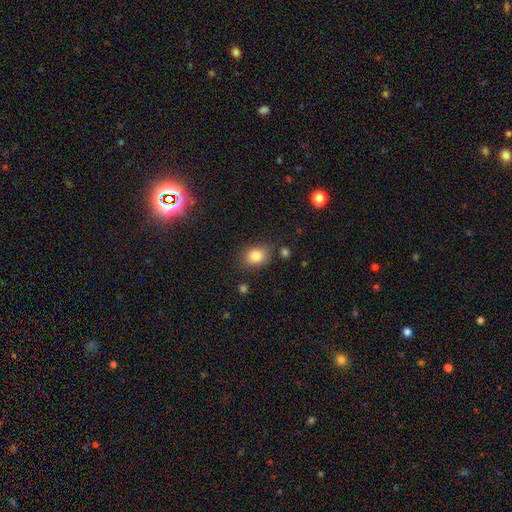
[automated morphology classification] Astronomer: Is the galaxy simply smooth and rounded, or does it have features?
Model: smooth — 84%.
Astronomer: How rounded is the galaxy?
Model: in between — 61% (runner-up: round, 38%).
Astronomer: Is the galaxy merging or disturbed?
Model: none — 77%.